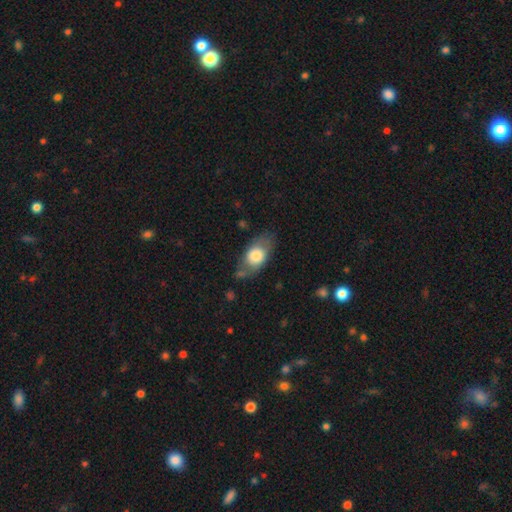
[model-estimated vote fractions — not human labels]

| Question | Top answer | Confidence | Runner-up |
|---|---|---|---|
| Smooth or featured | smooth | 68% | featured or disk (26%) |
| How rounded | in between | 84% | round (11%) |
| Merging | none | 66% | minor disturbance (22%) |